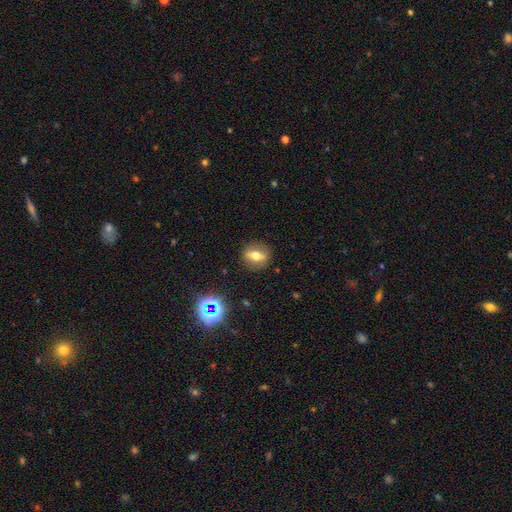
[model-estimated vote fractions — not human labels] smooth-or-featured: smooth: 46% | featured or disk: 41% | star or artifact: 13%
  merging: none: 87% | minor disturbance: 9% | major disturbance: 3% | merger: 1%